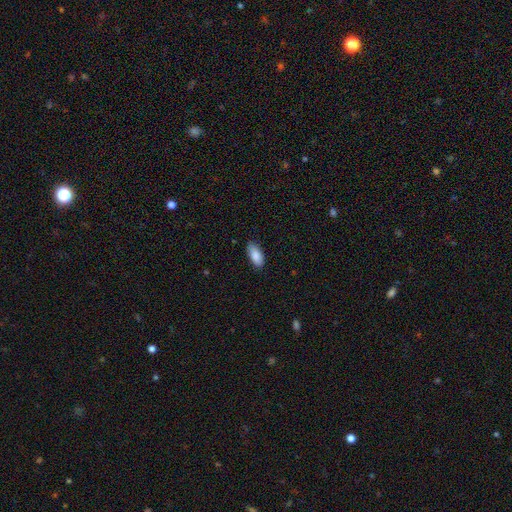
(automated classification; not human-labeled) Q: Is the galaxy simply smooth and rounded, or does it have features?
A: smooth — 87%.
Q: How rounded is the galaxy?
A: in between — 87%.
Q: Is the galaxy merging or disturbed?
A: none — 84%.